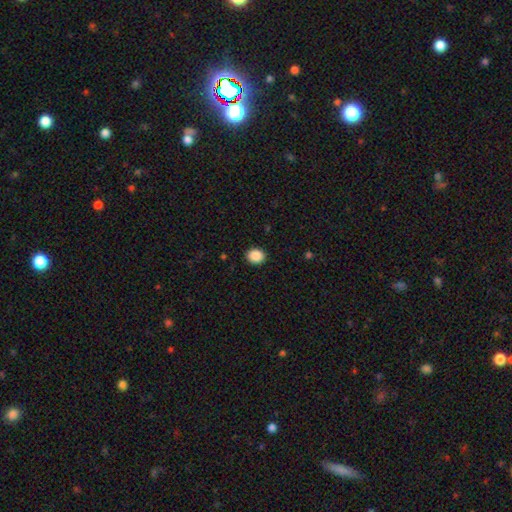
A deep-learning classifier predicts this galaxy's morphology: This is clearly a smooth galaxy (89%). How rounded: likely round (63%). Merging: clearly none (91%).